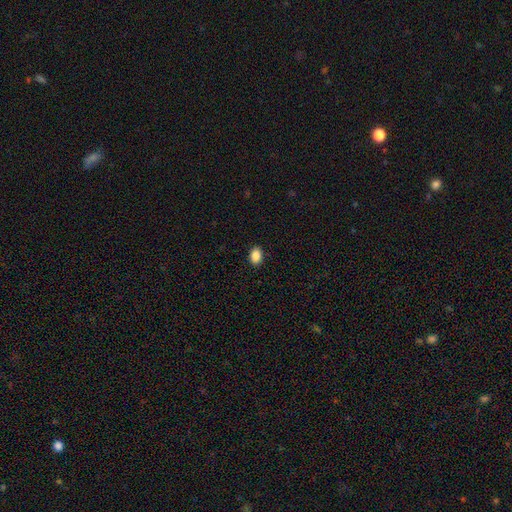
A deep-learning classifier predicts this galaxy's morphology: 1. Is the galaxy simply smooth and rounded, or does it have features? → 88% smooth, 9% star or artifact, 4% featured or disk.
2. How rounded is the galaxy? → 76% in between, 23% round, 1% cigar-shaped.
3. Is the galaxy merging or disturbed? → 90% none, 7% minor disturbance, 2% major disturbance, 1% merger.